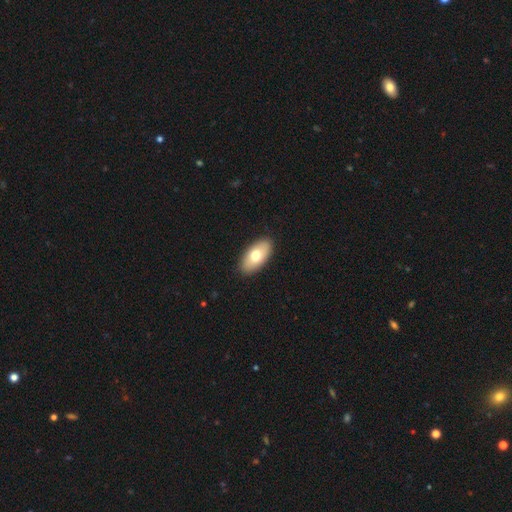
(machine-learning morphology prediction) smooth 70%, featured or disk 23%, star or artifact 6%. Down the decision tree: how rounded — in between (94%); merging — none (89%).